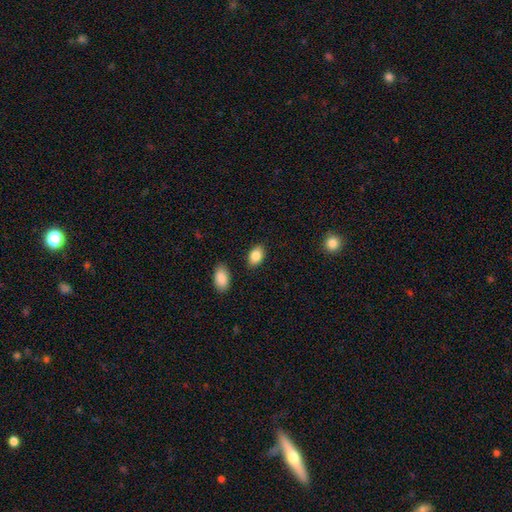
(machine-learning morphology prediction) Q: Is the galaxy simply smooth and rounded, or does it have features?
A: smooth — 85%.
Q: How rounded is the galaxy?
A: in between — 88%.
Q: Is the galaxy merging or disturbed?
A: none — 85%.